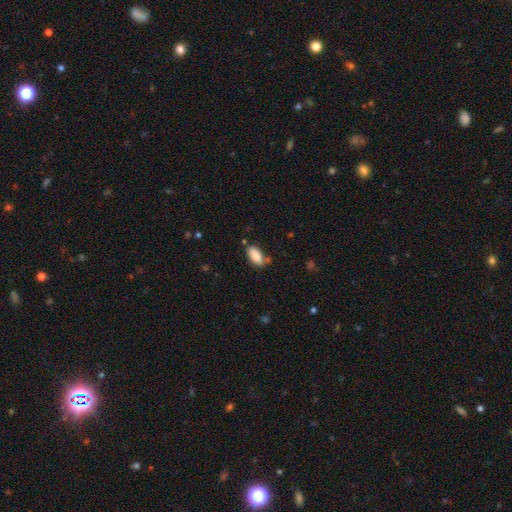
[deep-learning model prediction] Overall: smooth (87%). How rounded: in between (90%). Merging: none (73%).